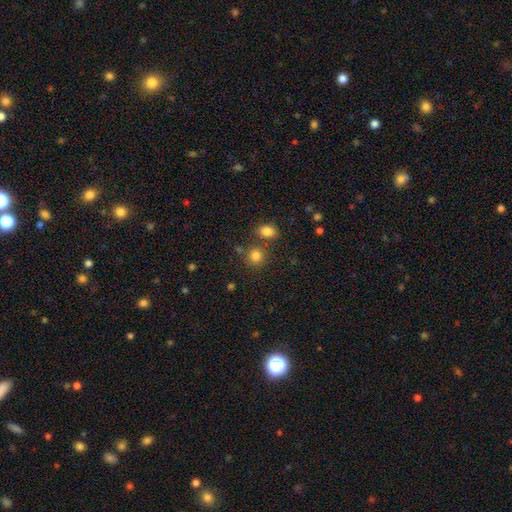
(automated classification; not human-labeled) Smooth or featured: smooth — 81% (star or artifact — 12%)
How rounded: round — 83% (in between — 16%)
Merging: none — 71% (merger — 15%)